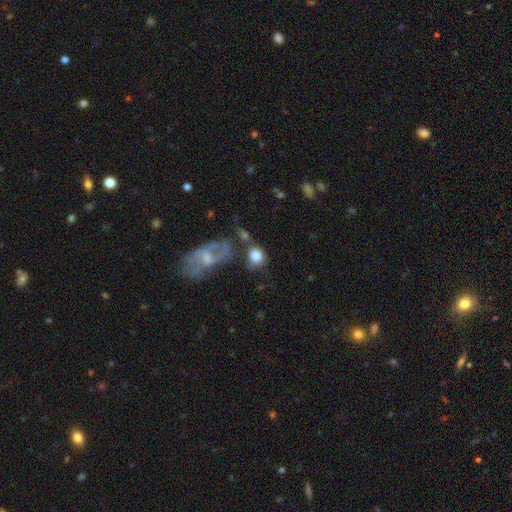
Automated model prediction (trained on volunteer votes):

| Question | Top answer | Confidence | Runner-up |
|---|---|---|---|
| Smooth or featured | smooth | 76% | featured or disk (16%) |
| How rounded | round | 60% | in between (38%) |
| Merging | none | 50% | merger (20%) |